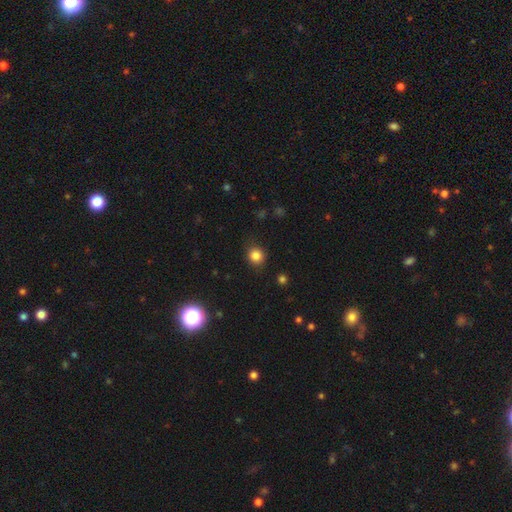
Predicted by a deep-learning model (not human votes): The model was most divided on "how rounded": round: 83%, in between: 16%, cigar-shaped: 1%. More confident: smooth or featured — smooth (84%); merging — none (84%).